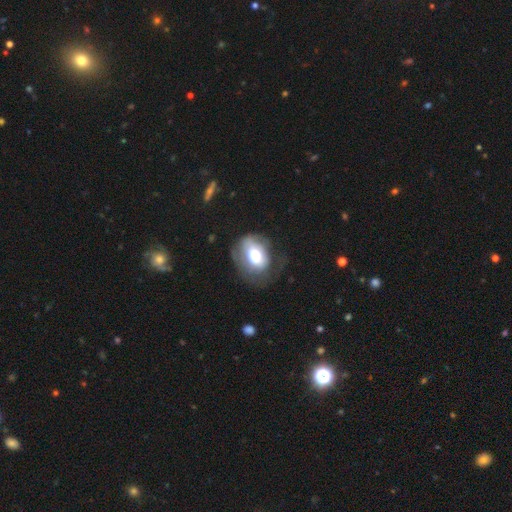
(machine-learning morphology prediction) This appears to be a smooth galaxy with no disk features (56%) that is in between round and cigar-shaped (59%). Merging: none (46%).